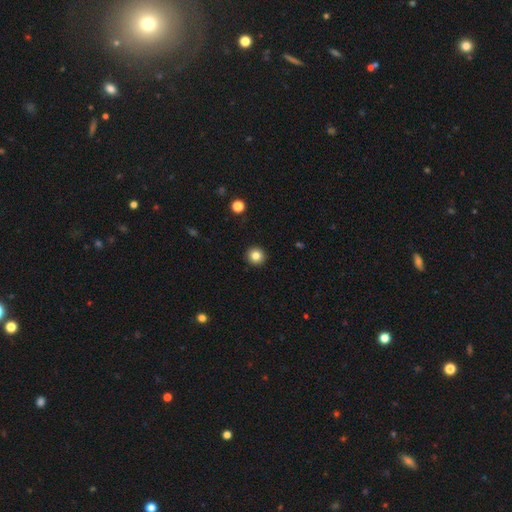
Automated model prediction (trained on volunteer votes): This is clearly a smooth galaxy (83%). How rounded: clearly round (94%). Merging: clearly none (93%).